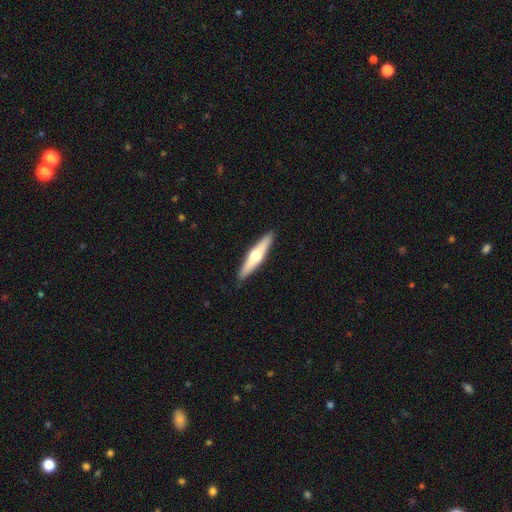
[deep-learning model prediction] This appears to be a featured or disk galaxy (57%) viewed edge-on (95%) with a rounded central bulge (94%). Merging: none (91%).